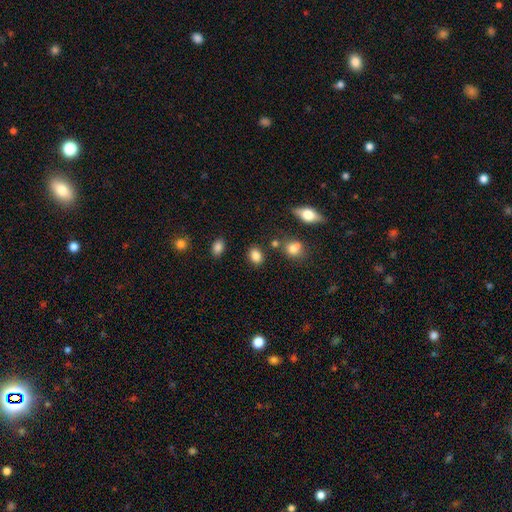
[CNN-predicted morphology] Overall: smooth (84%). How rounded: in between (62%; round 36%). Merging: none (80%).